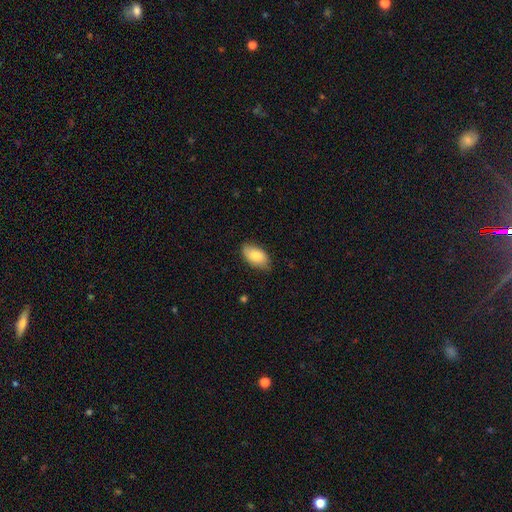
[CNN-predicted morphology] Overall: smooth (82%). How rounded: in between (94%). Merging: none (78%).